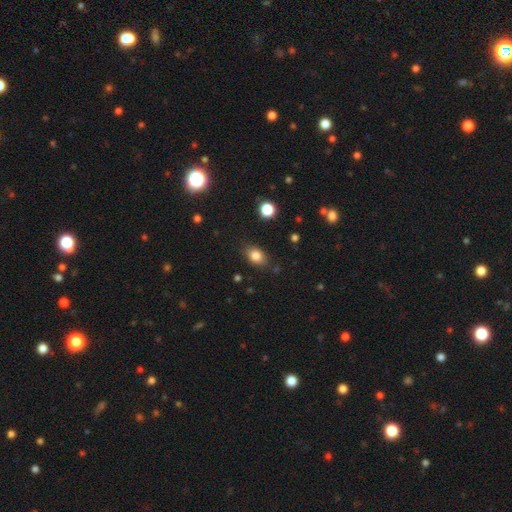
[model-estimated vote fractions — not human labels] The model was most divided on "how rounded": in between: 76%, round: 22%, cigar-shaped: 2%. More confident: merging — none (83%); smooth or featured — smooth (82%).